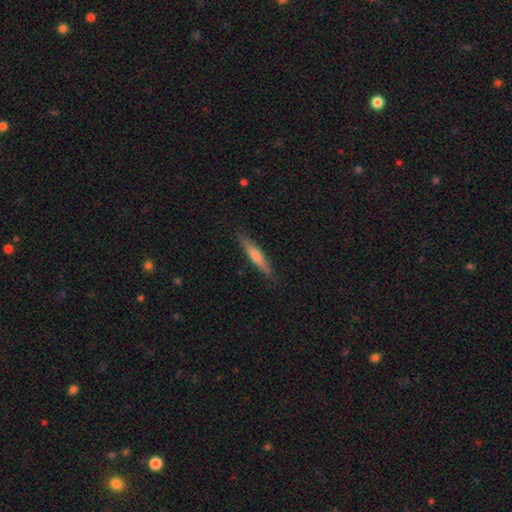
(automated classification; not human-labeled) featured or disk 53%, smooth 40%, star or artifact 6%. Down the decision tree: edge-on disk — yes (96%); edge-on bulge — rounded (76%); merging — none (89%).